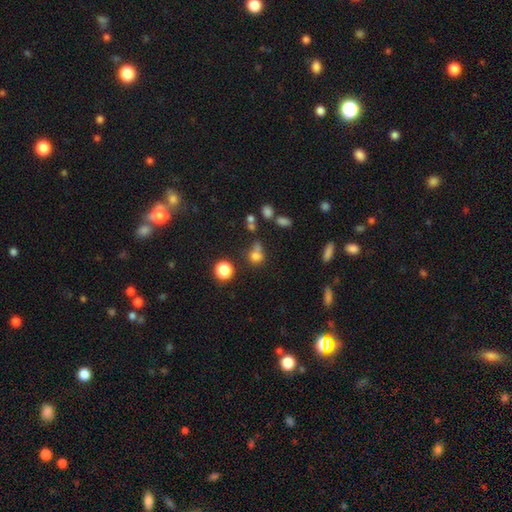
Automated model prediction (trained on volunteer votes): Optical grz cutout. It shows a smooth galaxy with no disk features (72%) that is round (74%). Merging: none (44%).